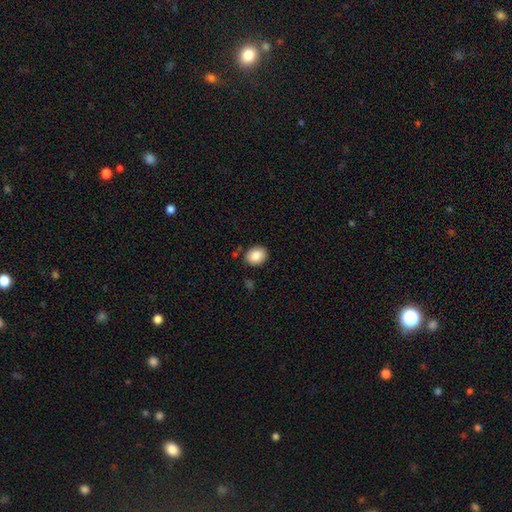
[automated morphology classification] Smooth or featured? Predicted: smooth (p=0.86). How rounded? Predicted: round (p=0.53). Merging? Predicted: none (p=0.85).